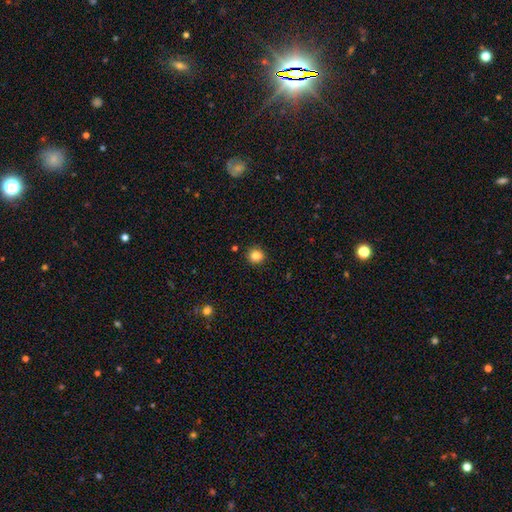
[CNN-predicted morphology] smooth 85%, star or artifact 11%, featured or disk 4%. Down the decision tree: how rounded — round (91%); merging — none (91%).